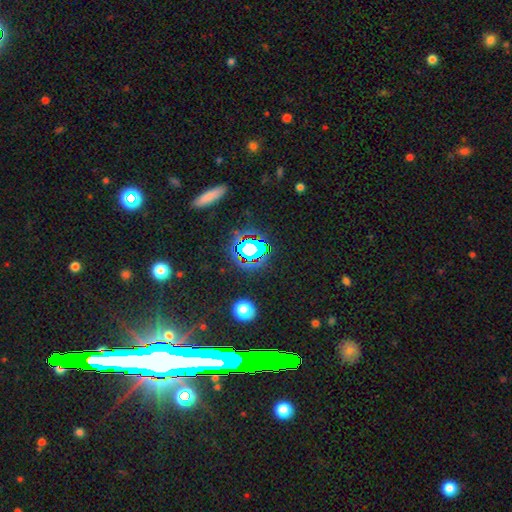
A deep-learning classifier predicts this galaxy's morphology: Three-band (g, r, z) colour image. It shows a star or artifact, not a galaxy (65%).